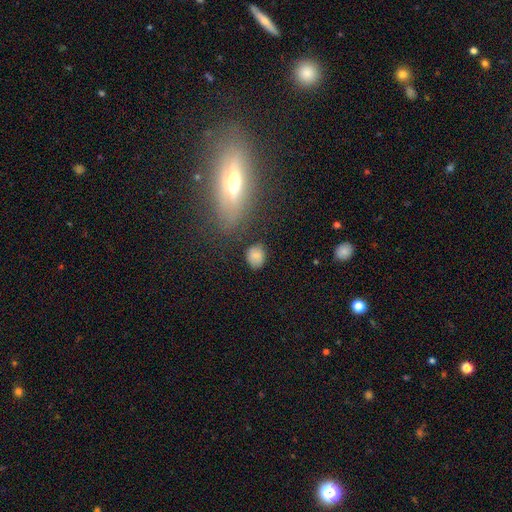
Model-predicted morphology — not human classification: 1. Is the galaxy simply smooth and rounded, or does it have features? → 78% smooth, 12% star or artifact, 11% featured or disk.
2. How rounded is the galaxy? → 59% round, 39% in between, 2% cigar-shaped.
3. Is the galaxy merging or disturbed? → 74% none, 16% minor disturbance, 5% major disturbance, 4% merger.